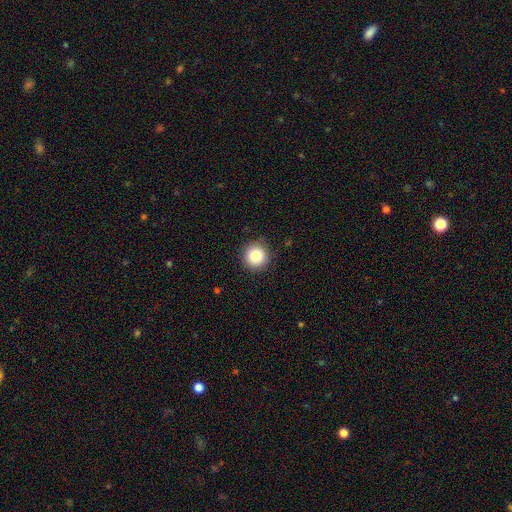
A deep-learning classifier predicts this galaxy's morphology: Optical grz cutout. It shows a smooth galaxy with no disk features (83%) that is round (96%). Merging: none (90%).